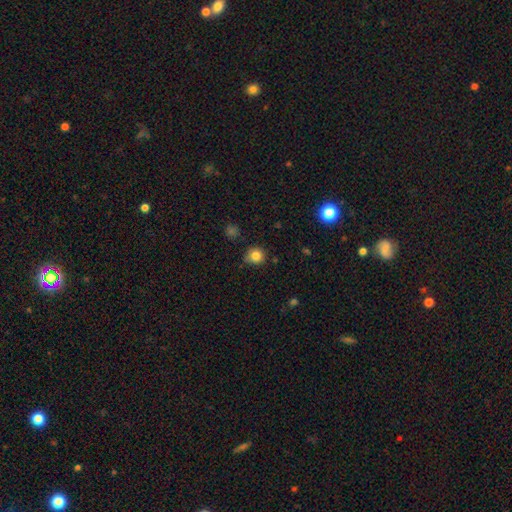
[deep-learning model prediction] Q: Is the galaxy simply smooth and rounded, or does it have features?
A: smooth — 83%.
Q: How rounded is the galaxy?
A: round — 87%.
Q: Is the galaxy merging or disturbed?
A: none — 76%.